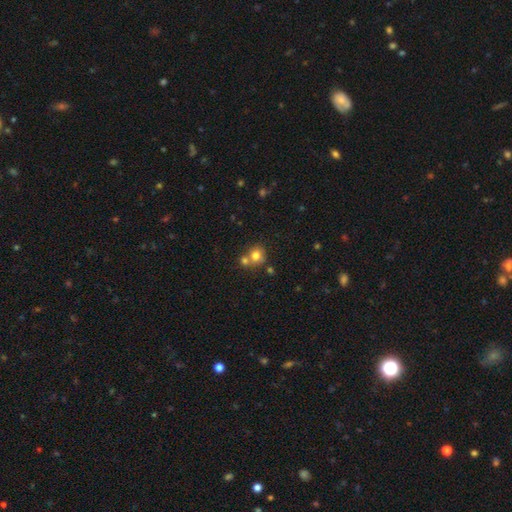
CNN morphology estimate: Smooth or featured?
  - smooth: 76% *
  - star or artifact: 13%
  - featured or disk: 12%
How rounded?
  - round: 84% *
  - in between: 15%
  - cigar-shaped: 1%
Merging?
  - none: 51% *
  - merger: 37%
  - minor disturbance: 8%
  - major disturbance: 3%